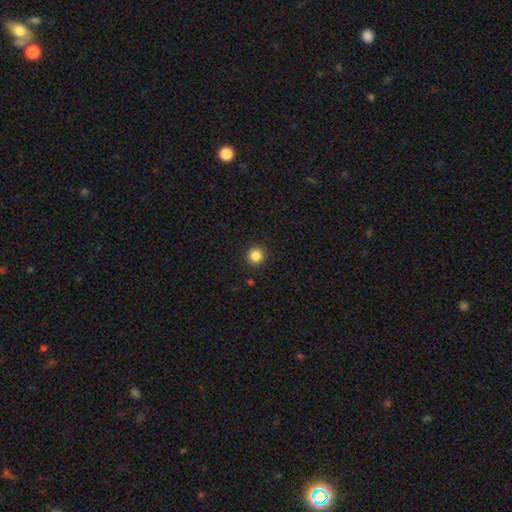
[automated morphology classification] Smooth or featured?
  - smooth: 85% *
  - star or artifact: 11%
  - featured or disk: 4%
How rounded?
  - round: 94% *
  - in between: 5%
  - cigar-shaped: 1%
Merging?
  - none: 92% *
  - minor disturbance: 5%
  - major disturbance: 2%
  - merger: 1%